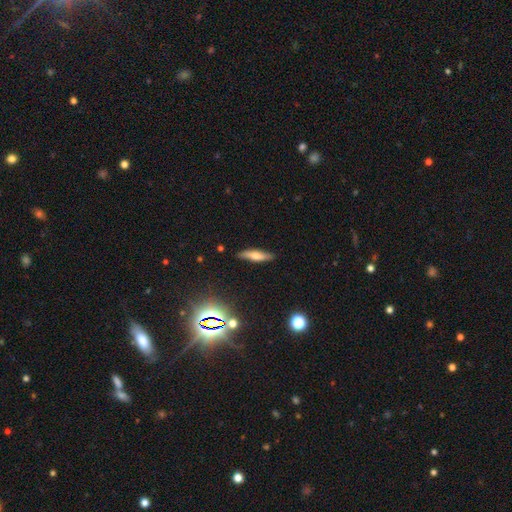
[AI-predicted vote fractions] smooth 55%, featured or disk 36%, star or artifact 10%. Down the decision tree: how rounded — cigar-shaped (73%); merging — none (85%).